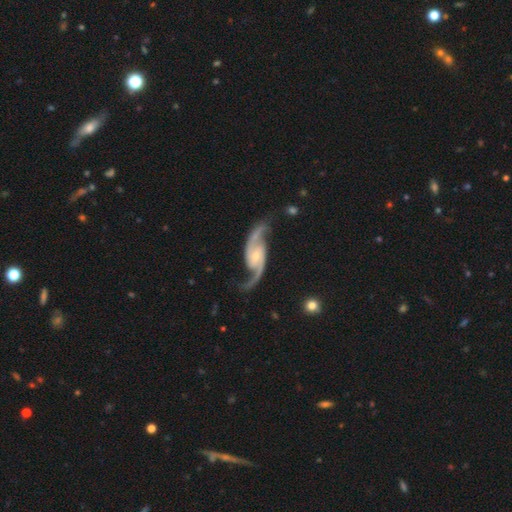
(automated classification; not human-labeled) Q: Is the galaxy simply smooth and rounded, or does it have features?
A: featured or disk — 93%.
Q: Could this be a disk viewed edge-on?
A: no — 97%.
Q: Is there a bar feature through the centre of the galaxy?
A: no — 53%.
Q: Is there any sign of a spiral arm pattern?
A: yes — 98%.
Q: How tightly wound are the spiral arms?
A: loose — 60%.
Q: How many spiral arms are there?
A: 2 — 94%.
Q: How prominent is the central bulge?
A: small — 62%.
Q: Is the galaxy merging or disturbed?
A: none — 77%.